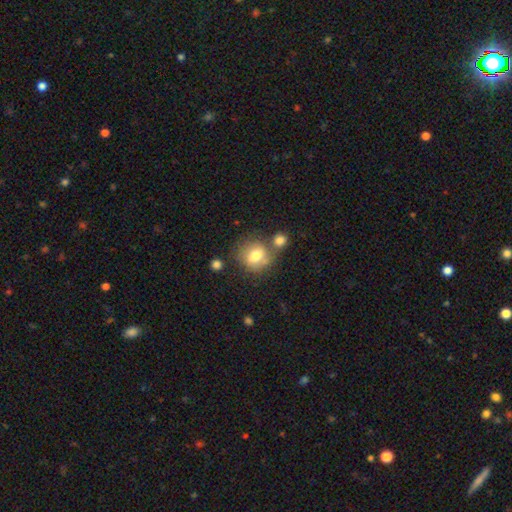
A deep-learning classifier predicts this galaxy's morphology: This is likely a smooth galaxy (72%). How rounded: likely round (73%). Merging: possibly none (53%).